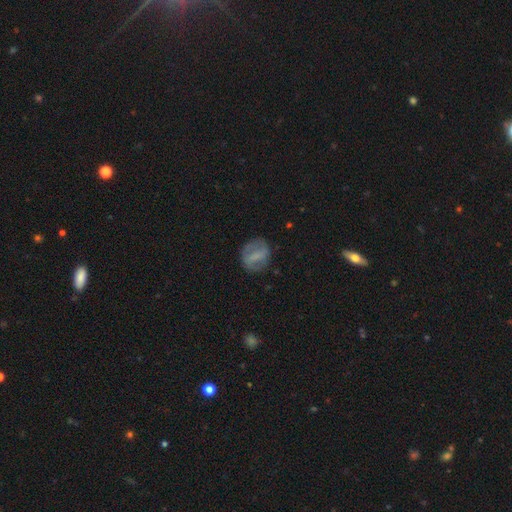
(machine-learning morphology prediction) A smooth galaxy with no disk features (48%). Merging: none (76%).